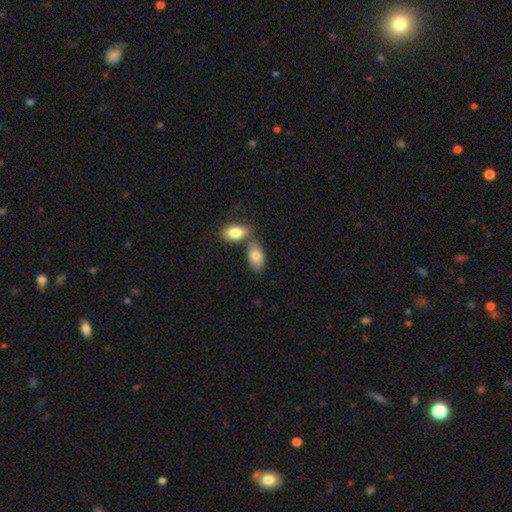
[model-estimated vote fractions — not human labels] Smooth or featured?
  - smooth: 81% *
  - featured or disk: 12%
  - star or artifact: 6%
How rounded?
  - in between: 93% *
  - round: 5%
  - cigar-shaped: 3%
Merging?
  - none: 48% *
  - merger: 36%
  - minor disturbance: 12%
  - major disturbance: 4%